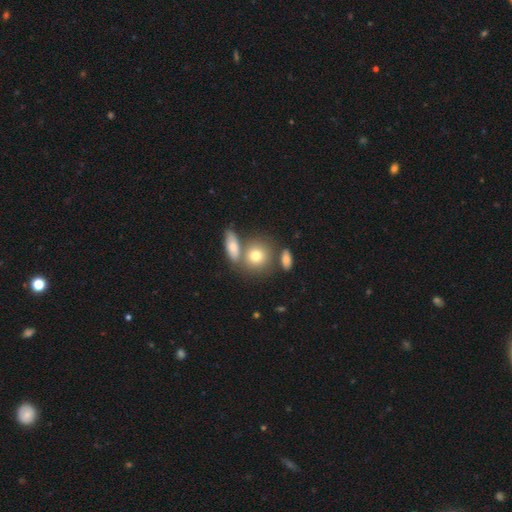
A smooth galaxy with no disk features (80%) that is round (78%). Merging: none (62%).